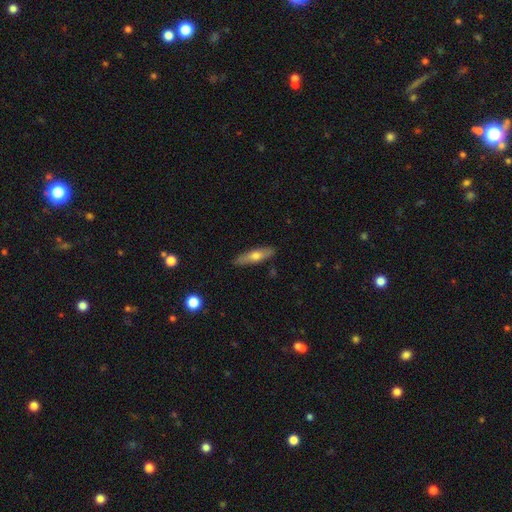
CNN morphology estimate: This appears to be a smooth galaxy with no disk features (56%) that is cigar-shaped (71%). Merging: none (87%).